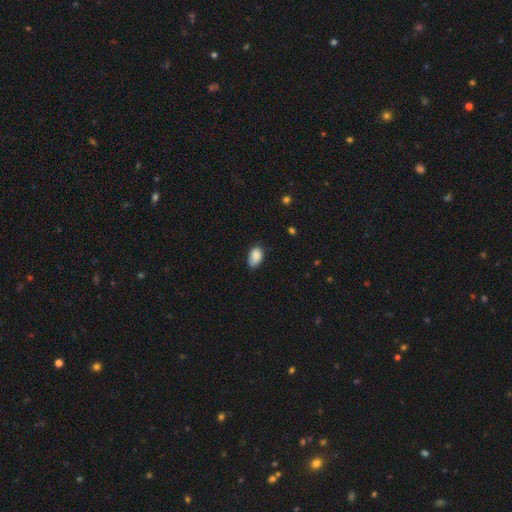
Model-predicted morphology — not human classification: smooth 87%, star or artifact 7%, featured or disk 6%. Down the decision tree: how rounded — in between (90%); merging — none (60%).